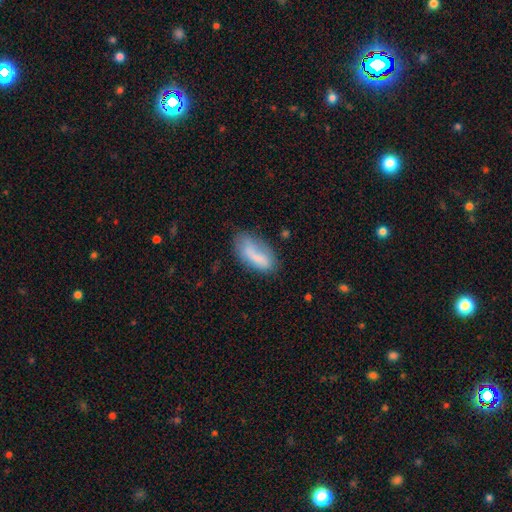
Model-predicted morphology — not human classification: Smooth or featured: smooth — 73% (featured or disk — 19%)
How rounded: in between — 85% (cigar-shaped — 12%)
Merging: none — 46% (minor disturbance — 30%)